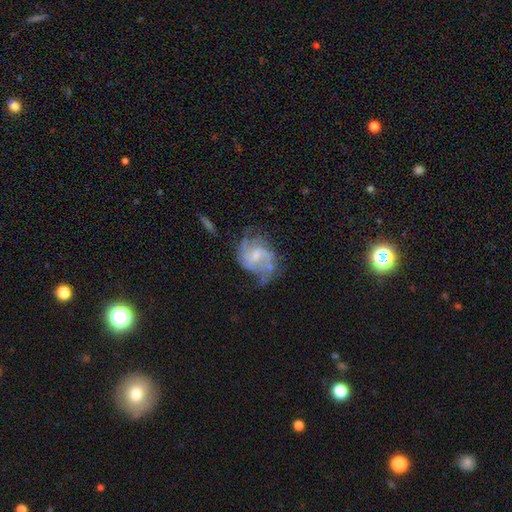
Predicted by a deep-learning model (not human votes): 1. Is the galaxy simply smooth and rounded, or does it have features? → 81% featured or disk, 12% smooth, 7% star or artifact.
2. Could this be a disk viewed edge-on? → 98% no, 2% yes.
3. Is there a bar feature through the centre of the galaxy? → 55% weak, 35% no, 11% strong.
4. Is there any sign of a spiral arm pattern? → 90% yes, 10% no.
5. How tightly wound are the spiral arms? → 47% medium, 28% loose, 24% tight.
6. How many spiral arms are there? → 43% 2, 24% can't tell, 17% 3, 7% 4, 5% 1, 4% more than 4.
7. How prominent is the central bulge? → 55% small, 27% moderate, 16% none, 2% large, 1% dominant.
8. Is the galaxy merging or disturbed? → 50% none, 24% minor disturbance, 21% major disturbance, 4% merger.